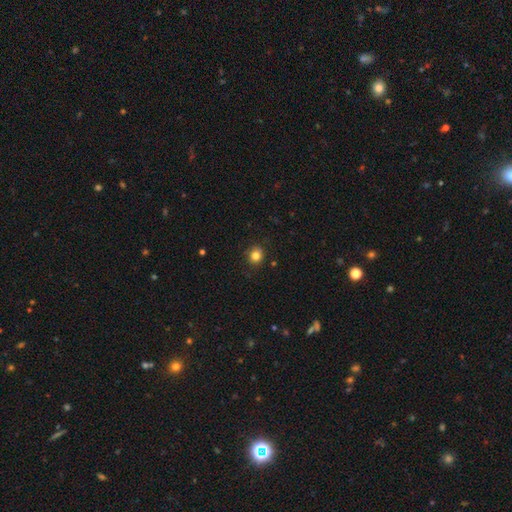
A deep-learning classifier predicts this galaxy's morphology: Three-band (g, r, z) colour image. It shows a smooth galaxy with no disk features (82%) that is round (83%). Merging: none (87%).